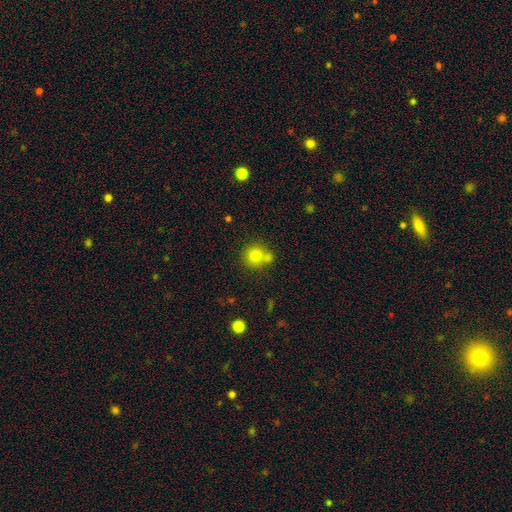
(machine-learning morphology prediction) type=smooth (81%); roundness=round (86%); merging=none (51%).